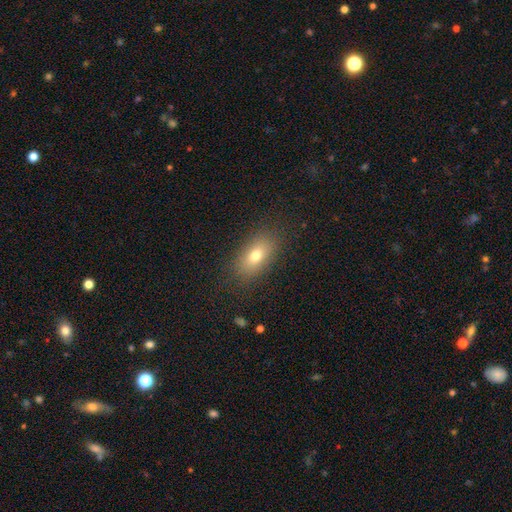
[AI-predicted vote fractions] Smooth or featured: smooth — 74% (featured or disk — 15%)
How rounded: in between — 85% (round — 8%)
Merging: none — 85% (minor disturbance — 10%)